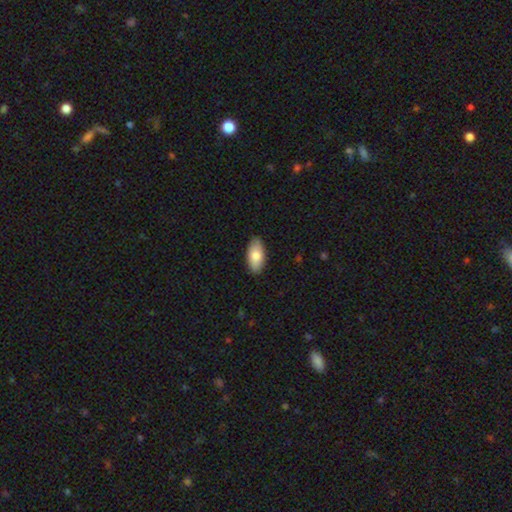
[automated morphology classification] smooth 80%, featured or disk 15%, star or artifact 6%. Down the decision tree: how rounded — in between (92%); merging — none (87%).